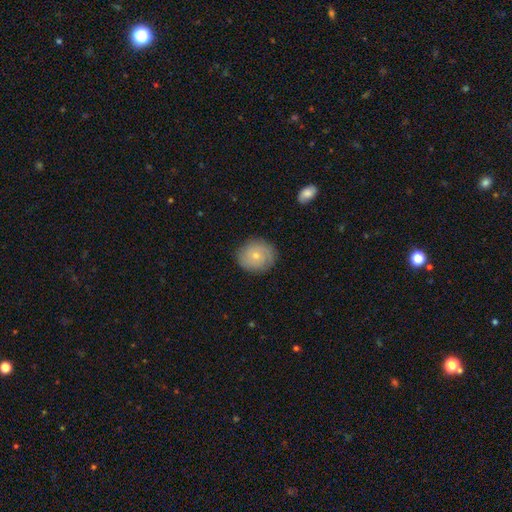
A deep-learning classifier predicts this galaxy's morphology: Q: Smooth or featured?
A: smooth (55%); runner-up: featured or disk (37%)
Q: How rounded?
A: round (82%); runner-up: in between (17%)
Q: Merging?
A: none (84%); runner-up: minor disturbance (12%)